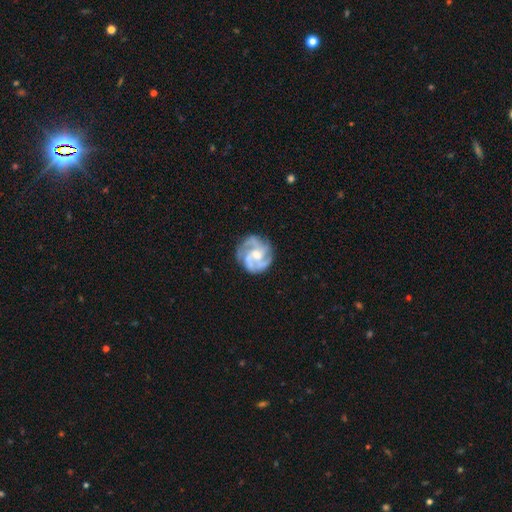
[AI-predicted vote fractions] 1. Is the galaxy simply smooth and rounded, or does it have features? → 85% featured or disk, 10% smooth, 6% star or artifact.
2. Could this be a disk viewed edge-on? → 98% no, 2% yes.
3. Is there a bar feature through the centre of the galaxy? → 55% no, 37% weak, 8% strong.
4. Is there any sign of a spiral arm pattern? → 95% yes, 5% no.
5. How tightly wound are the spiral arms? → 45% medium, 42% tight, 13% loose.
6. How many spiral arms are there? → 41% 3, 24% 4, 15% can't tell, 10% 2, 6% more than 4, 4% 1.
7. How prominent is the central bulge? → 56% moderate, 33% small, 5% large, 5% none, 1% dominant.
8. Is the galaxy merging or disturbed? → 76% none, 15% minor disturbance, 7% major disturbance, 2% merger.